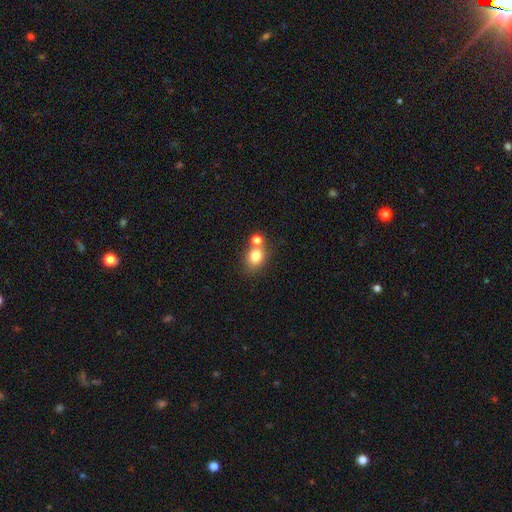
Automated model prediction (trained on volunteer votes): This appears to be a smooth galaxy with no disk features (78%) that is round (52%). Merging: none (52%).